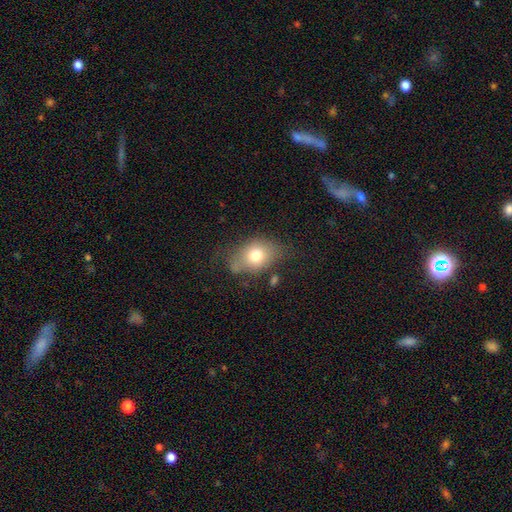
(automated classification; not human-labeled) The model was most divided on "merging": none: 58%, minor disturbance: 27%, major disturbance: 11%, merger: 4%. More confident: smooth or featured — smooth (73%); how rounded — in between (70%).